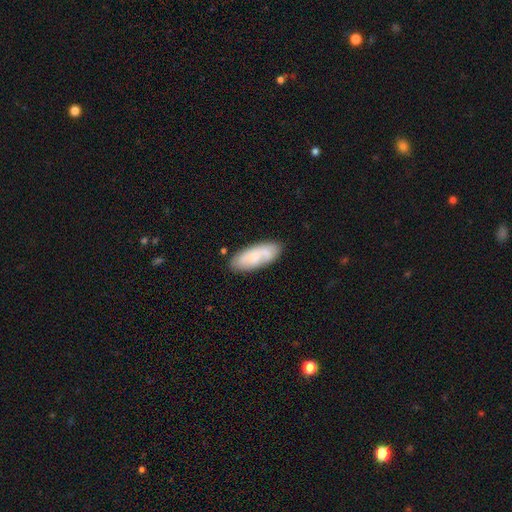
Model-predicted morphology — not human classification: Smooth or featured?
  - smooth: 58% *
  - featured or disk: 36%
  - star or artifact: 7%
How rounded?
  - in between: 79% *
  - cigar-shaped: 18%
  - round: 2%
Merging?
  - none: 76% *
  - minor disturbance: 16%
  - major disturbance: 4%
  - merger: 4%